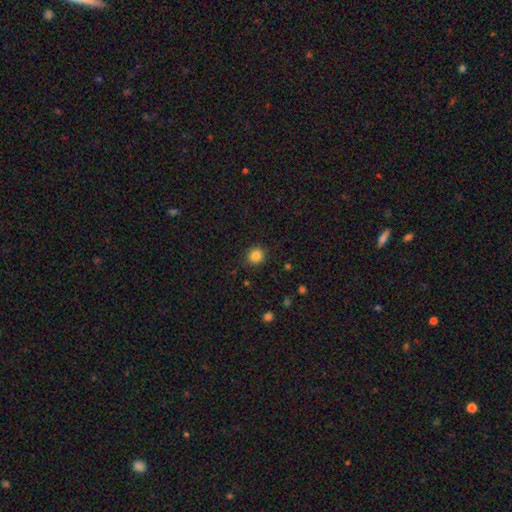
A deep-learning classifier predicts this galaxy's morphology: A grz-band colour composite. It shows a smooth galaxy with no disk features (85%) that is round (88%). Merging: none (88%).